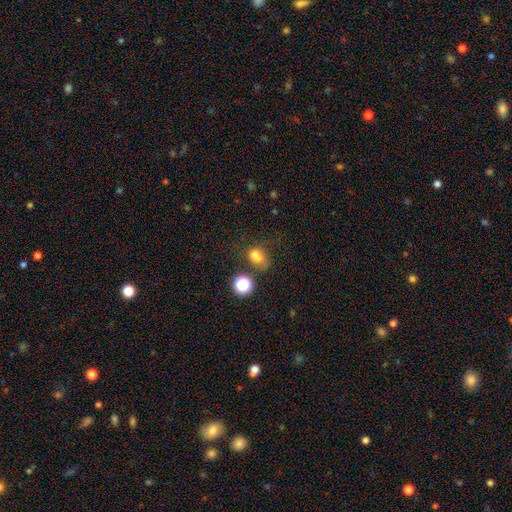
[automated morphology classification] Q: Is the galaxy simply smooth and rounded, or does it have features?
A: smooth — 72%.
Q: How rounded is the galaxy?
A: in between — 59%.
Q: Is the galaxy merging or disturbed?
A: none — 41%.